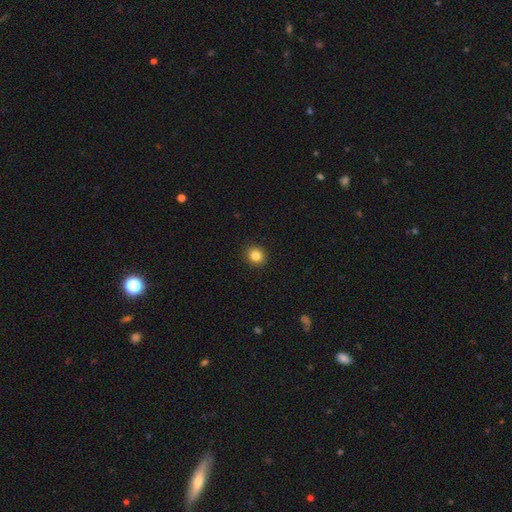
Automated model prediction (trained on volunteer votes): smooth 84%, star or artifact 11%, featured or disk 5%. Down the decision tree: how rounded — round (86%); merging — none (92%).